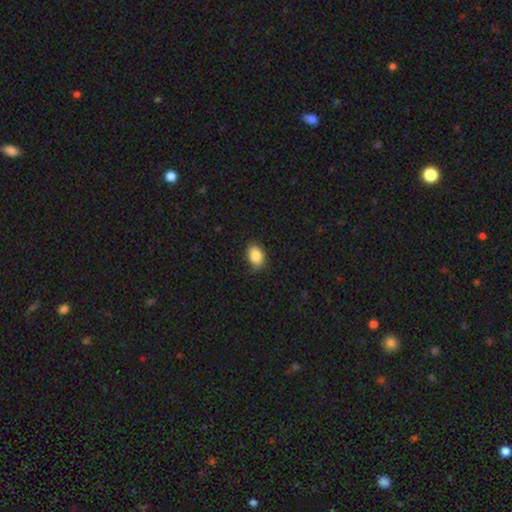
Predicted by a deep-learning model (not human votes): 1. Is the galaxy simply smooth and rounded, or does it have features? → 86% smooth, 8% star or artifact, 6% featured or disk.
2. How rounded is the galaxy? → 82% in between, 17% round, 1% cigar-shaped.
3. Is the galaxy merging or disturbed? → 74% none, 22% minor disturbance, 4% major disturbance, 1% merger.